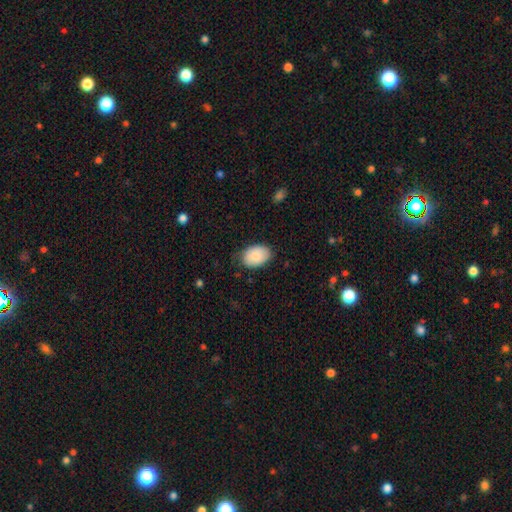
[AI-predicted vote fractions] smooth 85%, featured or disk 9%, star or artifact 6%. Down the decision tree: how rounded — in between (87%); merging — none (75%).